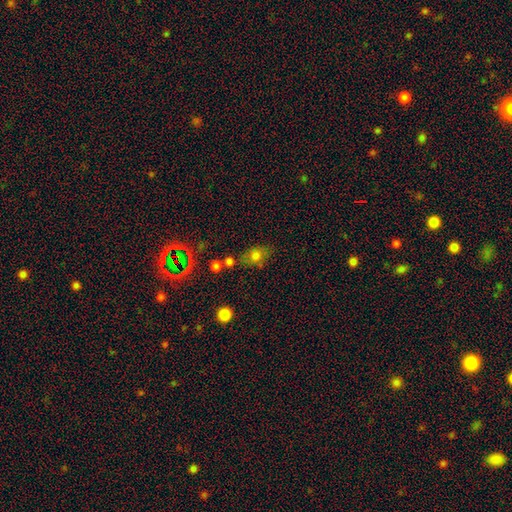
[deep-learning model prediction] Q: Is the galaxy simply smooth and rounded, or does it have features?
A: smooth — 72%.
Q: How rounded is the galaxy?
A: in between — 51%.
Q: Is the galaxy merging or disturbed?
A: none — 60%.